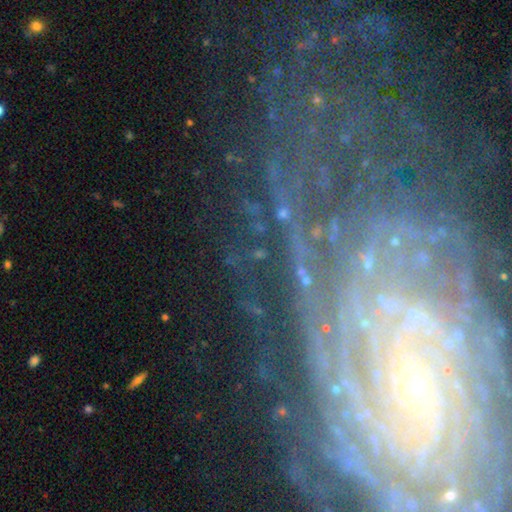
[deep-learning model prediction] Morphology: type=featured or disk (80%); edge-on=no (95%); bar=no (60%); spiral arms=yes (95%); winding=tight (78%); arm count=can't tell (29%); bulge=small (80%); merging=none (71%).